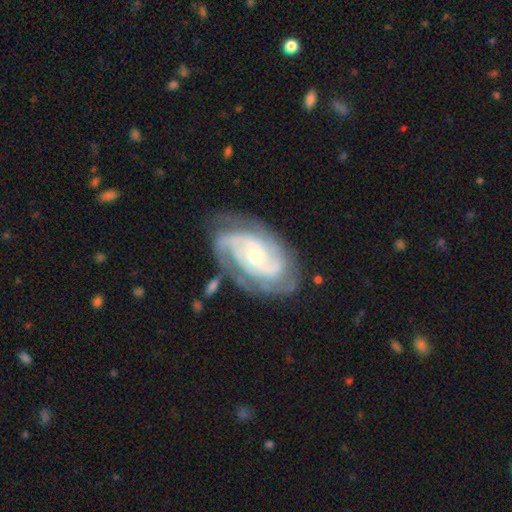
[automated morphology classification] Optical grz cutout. It shows a featured or disk galaxy (90%) with no bar (67%), 3 (36%) tight (64%) spiral arms (98%) and a small central bulge (58%). Merging: none (69%).